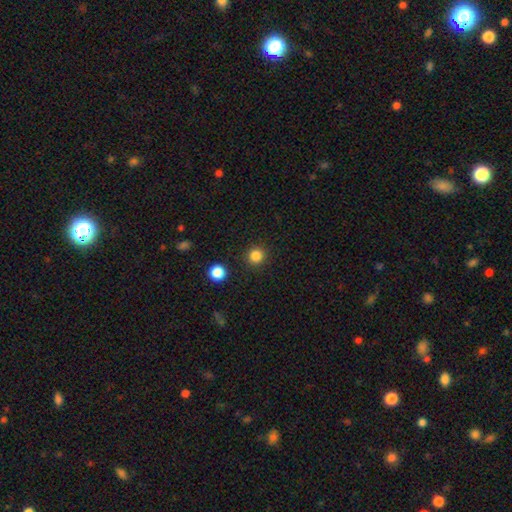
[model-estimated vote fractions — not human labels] Overall: smooth (83%). How rounded: round (94%). Merging: none (91%).